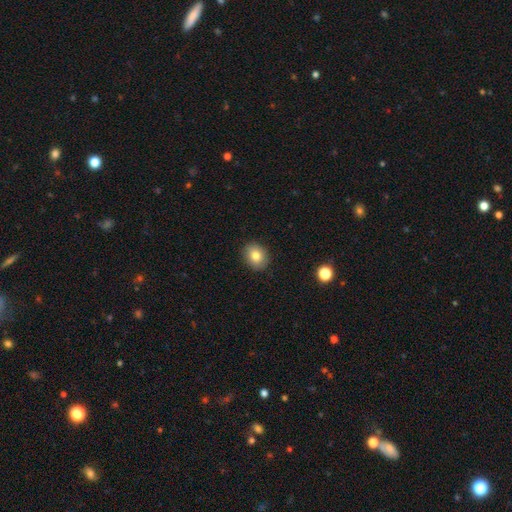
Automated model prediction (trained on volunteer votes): A smooth galaxy with no disk features (80%) that is round (62%). Merging: none (89%).